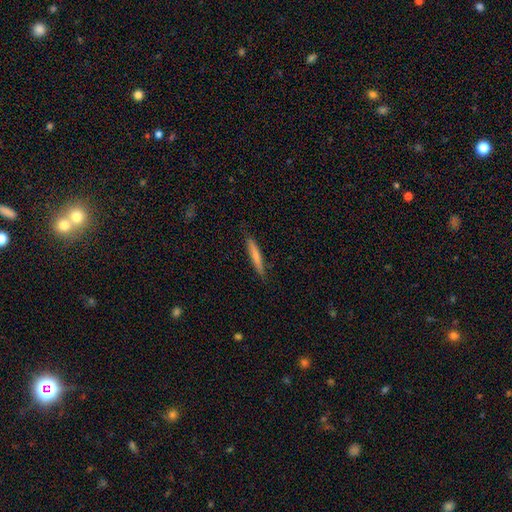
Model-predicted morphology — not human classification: Overall: smooth (70%). How rounded: cigar-shaped (94%). Merging: none (86%).